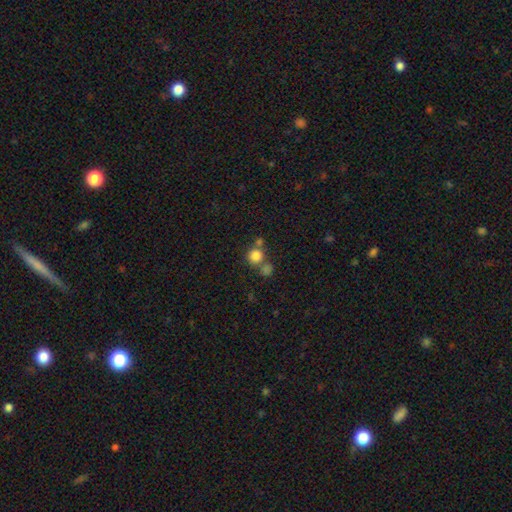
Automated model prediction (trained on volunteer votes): Smooth or featured: smooth — 82% (star or artifact — 12%)
How rounded: round — 91% (in between — 8%)
Merging: none — 59% (merger — 29%)